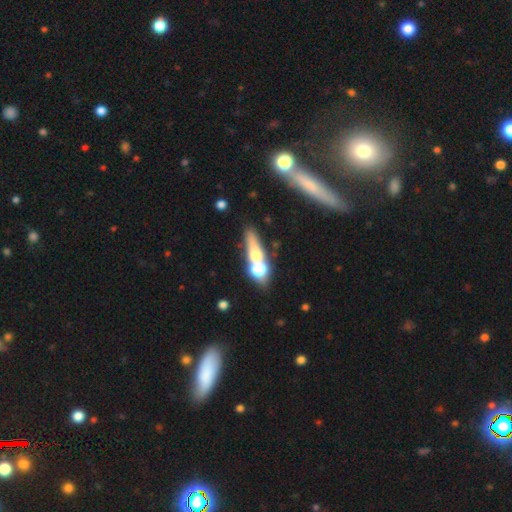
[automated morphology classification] smooth-or-featured: smooth: 51% | featured or disk: 37% | star or artifact: 12%
  how-rounded: cigar-shaped: 46% | in between: 36% | round: 18%
  merging: merger: 43% | none: 38% | minor disturbance: 11% | major disturbance: 8%